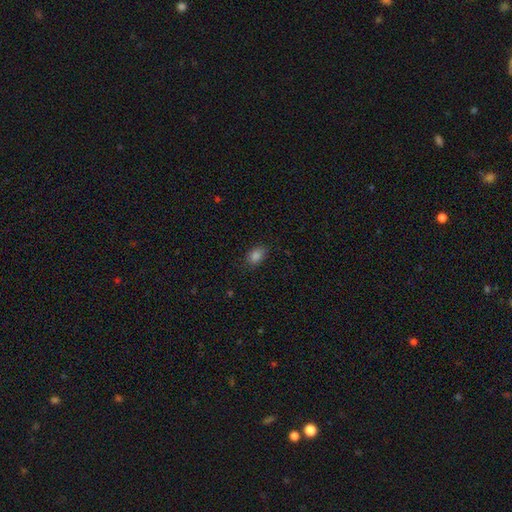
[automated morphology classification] type=smooth (83%); roundness=in between (80%); merging=none (81%).